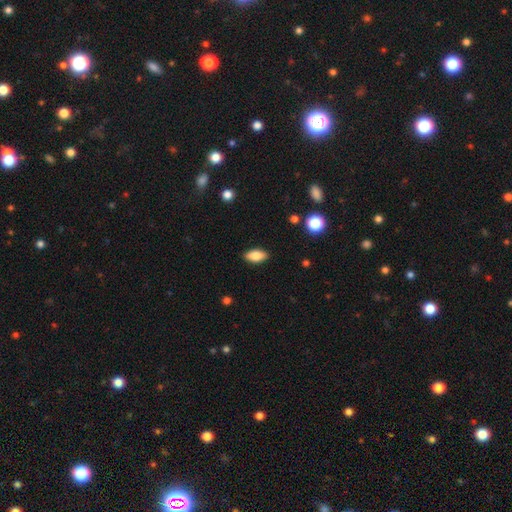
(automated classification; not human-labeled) Smooth or featured? smooth (82%)
How rounded? in between (89%)
Merging? none (89%)